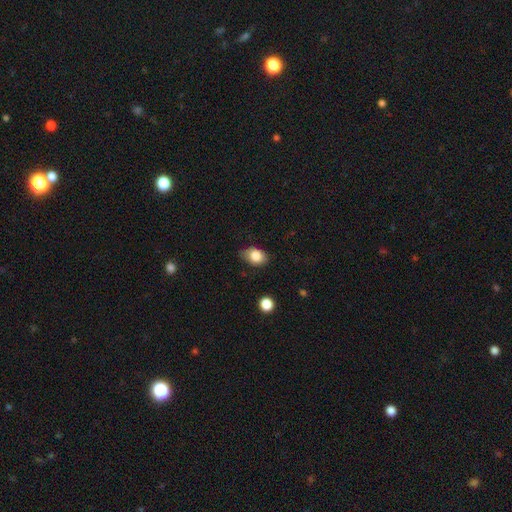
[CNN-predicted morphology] Q: Smooth or featured?
A: smooth (83%); runner-up: featured or disk (9%)
Q: How rounded?
A: in between (77%); runner-up: round (22%)
Q: Merging?
A: none (73%); runner-up: minor disturbance (22%)